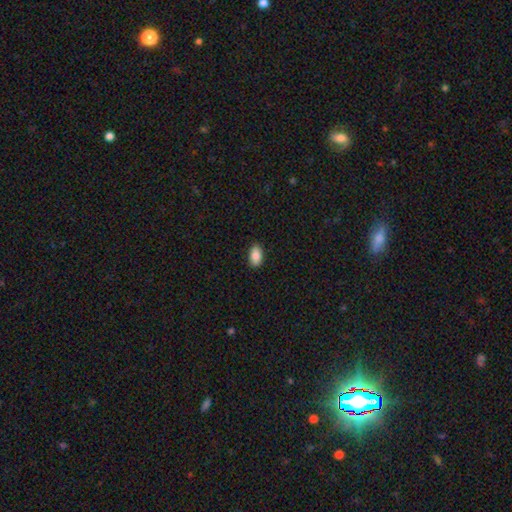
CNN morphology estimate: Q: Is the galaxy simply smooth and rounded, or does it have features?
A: smooth — 87%.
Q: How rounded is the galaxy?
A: in between — 93%.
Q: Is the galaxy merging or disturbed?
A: none — 88%.